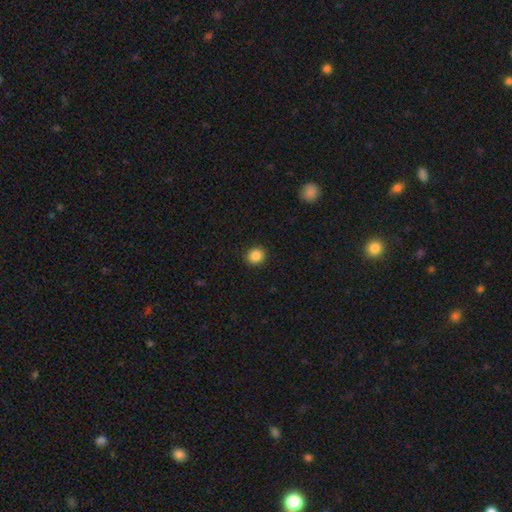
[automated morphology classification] A smooth galaxy with no disk features (87%) that is round (83%). Merging: none (91%).